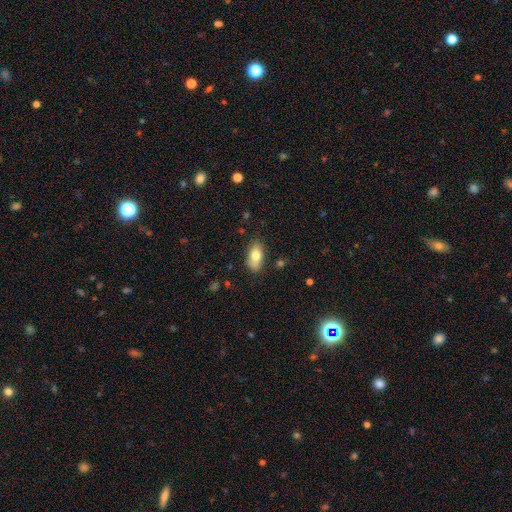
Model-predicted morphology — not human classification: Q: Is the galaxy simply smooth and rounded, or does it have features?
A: smooth — 76%.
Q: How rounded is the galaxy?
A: in between — 90%.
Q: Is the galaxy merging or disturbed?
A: none — 80%.